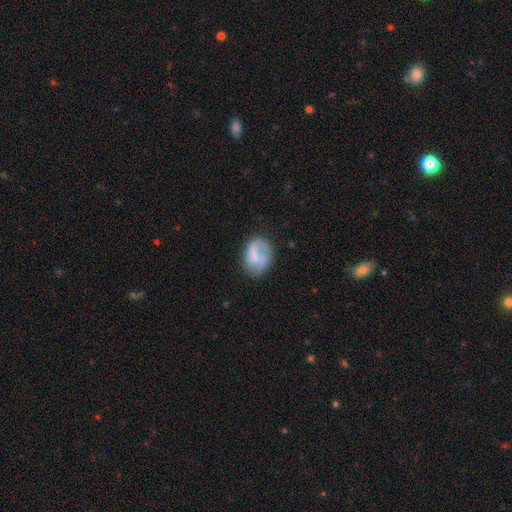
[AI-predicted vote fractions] Smooth or featured: smooth — 57% (featured or disk — 35%)
How rounded: in between — 67% (round — 32%)
Merging: none — 53% (minor disturbance — 27%)